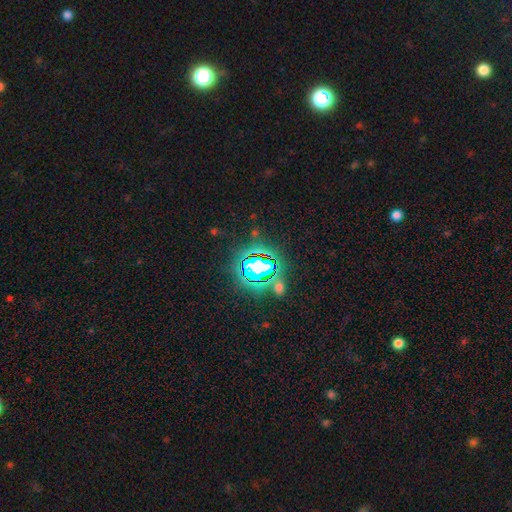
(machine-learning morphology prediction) Smooth or featured: star or artifact — 82% (smooth — 11%)